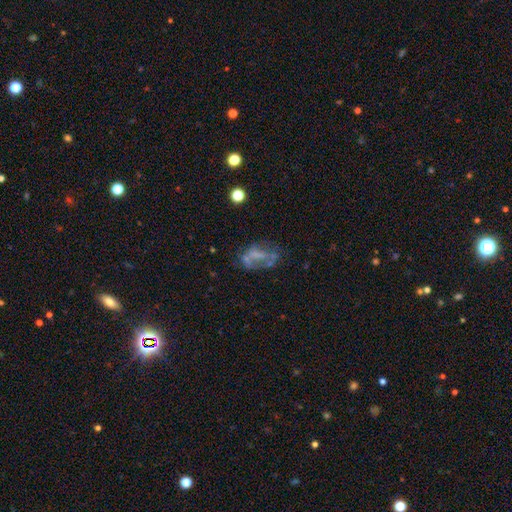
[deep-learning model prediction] Smooth or featured: featured or disk — 53% (smooth — 29%)
Edge-on disk: no — 96% (yes — 4%)
Bar: no — 74% (weak — 17%)
Spiral arms: no — 81% (yes — 19%)
Bulge size: none — 72% (small — 14%)
Merging: none — 37% (major disturbance — 32%)